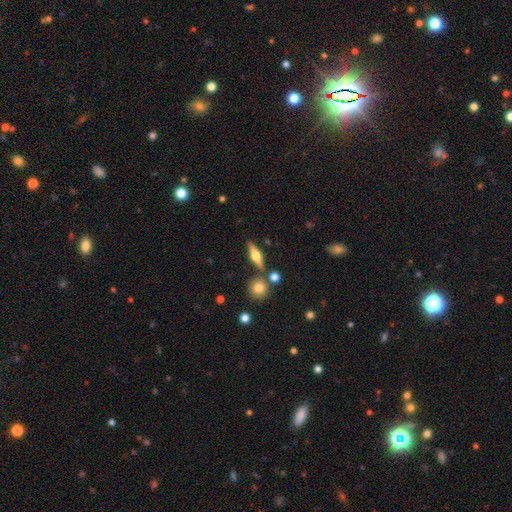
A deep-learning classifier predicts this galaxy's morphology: This is possibly a featured or disk galaxy (60%). It is clearly viewed edge-on (95%). Edge-on bulge: clearly rounded (94%). Merging: clearly none (81%).